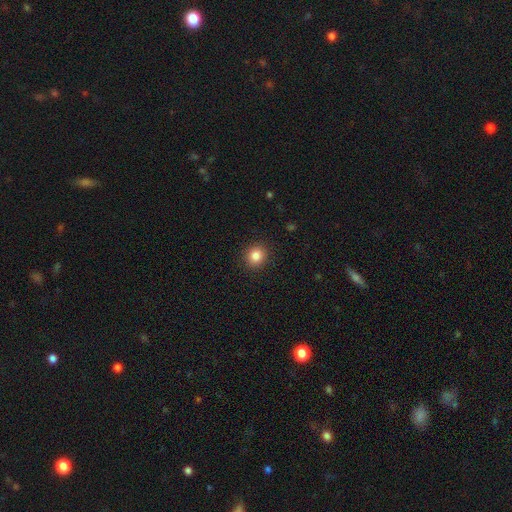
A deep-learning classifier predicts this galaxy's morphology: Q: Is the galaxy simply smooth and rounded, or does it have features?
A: smooth — 84%.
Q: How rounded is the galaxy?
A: round — 85%.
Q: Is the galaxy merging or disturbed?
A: none — 91%.